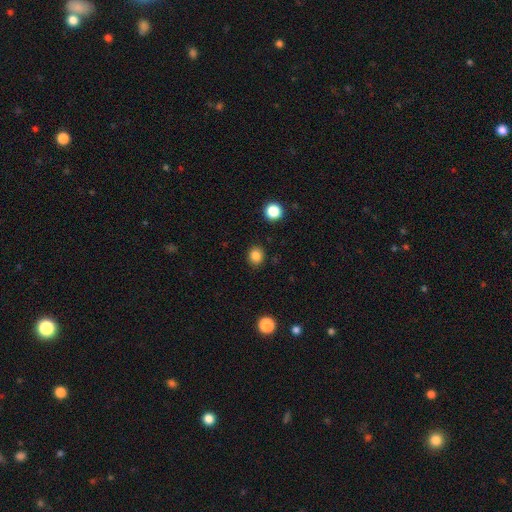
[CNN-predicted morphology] Smooth or featured? Predicted: smooth (p=0.84). How rounded? Predicted: round (p=0.74). Merging? Predicted: none (p=0.89).